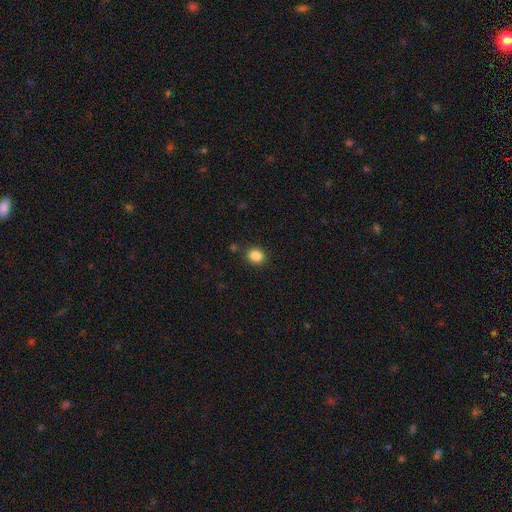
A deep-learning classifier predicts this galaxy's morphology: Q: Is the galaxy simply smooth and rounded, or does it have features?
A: smooth — 86%.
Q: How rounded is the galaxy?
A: round — 72%.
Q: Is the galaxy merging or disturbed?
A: none — 87%.